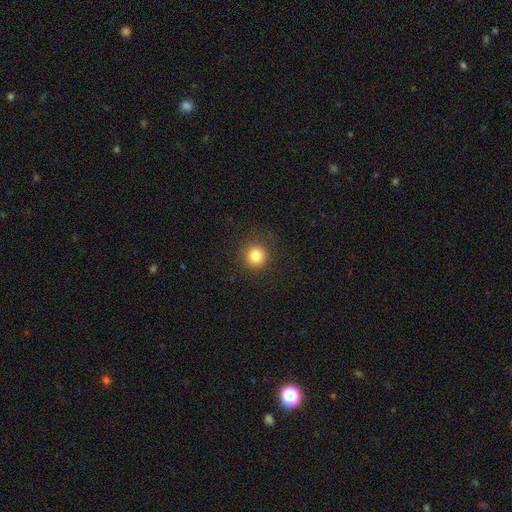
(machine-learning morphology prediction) type=smooth (83%); roundness=round (92%); merging=none (89%).